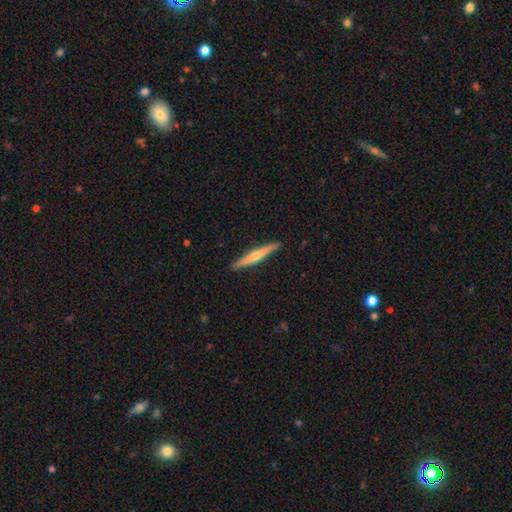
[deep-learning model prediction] The model was most divided on "smooth or featured": featured or disk: 55%, smooth: 39%, star or artifact: 5%. More confident: edge-on disk — yes (97%); merging — none (91%); edge-on bulge — rounded (77%).